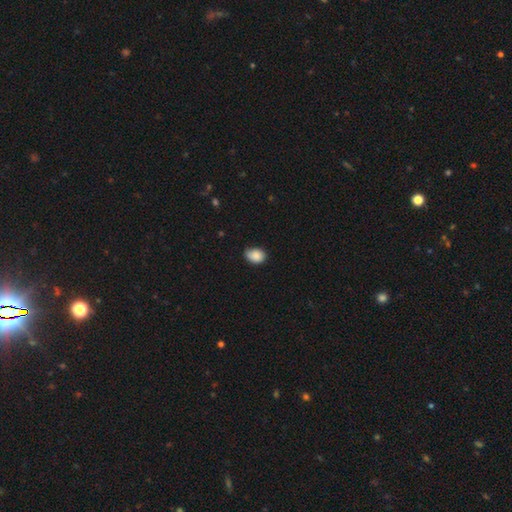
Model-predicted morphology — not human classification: Smooth or featured? Predicted: smooth (p=0.87). How rounded? Predicted: in between (p=0.70). Merging? Predicted: none (p=0.64).